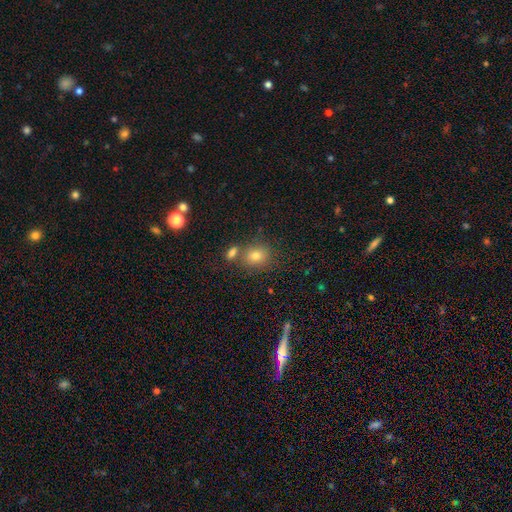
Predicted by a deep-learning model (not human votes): Smooth or featured: smooth — 73% (star or artifact — 16%)
How rounded: round — 68% (in between — 30%)
Merging: none — 68% (merger — 18%)